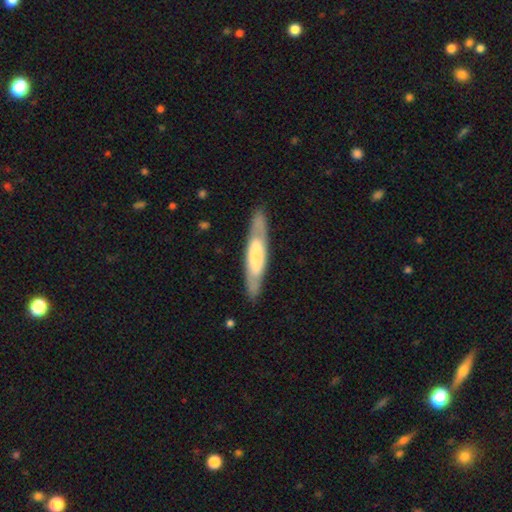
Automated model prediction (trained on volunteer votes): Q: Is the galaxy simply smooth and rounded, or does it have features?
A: featured or disk — 50%.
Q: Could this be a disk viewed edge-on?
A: yes — 62%.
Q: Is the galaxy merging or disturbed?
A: none — 84%.